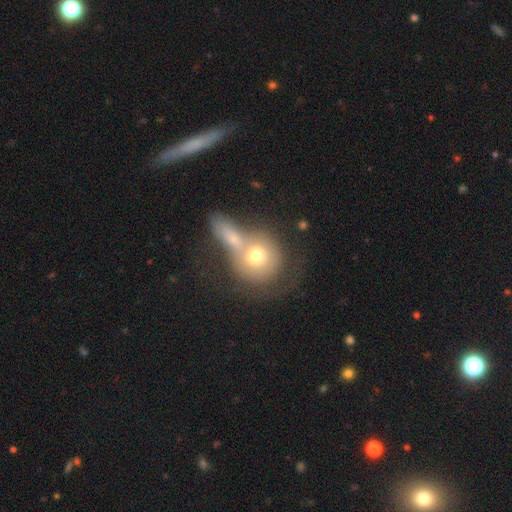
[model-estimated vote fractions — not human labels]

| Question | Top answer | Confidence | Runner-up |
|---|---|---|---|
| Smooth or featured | smooth | 64% | featured or disk (28%) |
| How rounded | round | 86% | in between (12%) |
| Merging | merger | 55% | none (28%) |